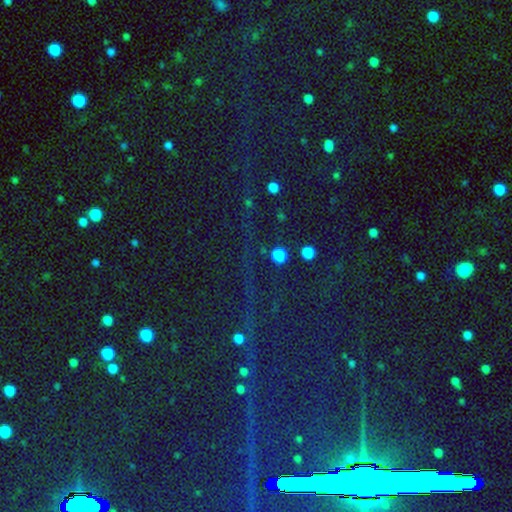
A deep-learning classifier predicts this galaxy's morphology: The model was most divided on "smooth or featured": star or artifact: 85%, smooth: 8%, featured or disk: 7%.